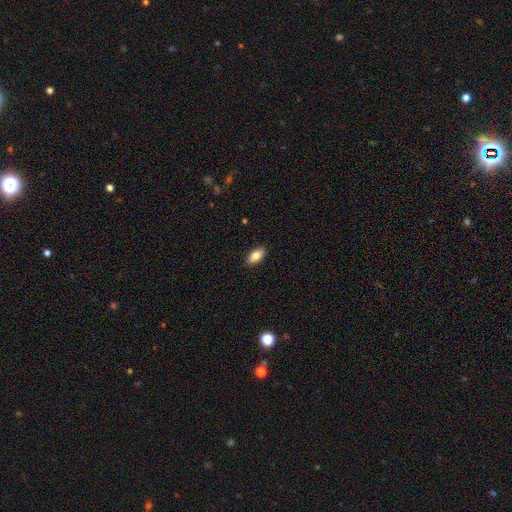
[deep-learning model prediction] Smooth or featured?
  - smooth: 84% *
  - featured or disk: 9%
  - star or artifact: 7%
How rounded?
  - in between: 91% *
  - cigar-shaped: 6%
  - round: 3%
Merging?
  - none: 89% *
  - minor disturbance: 8%
  - major disturbance: 2%
  - merger: 1%